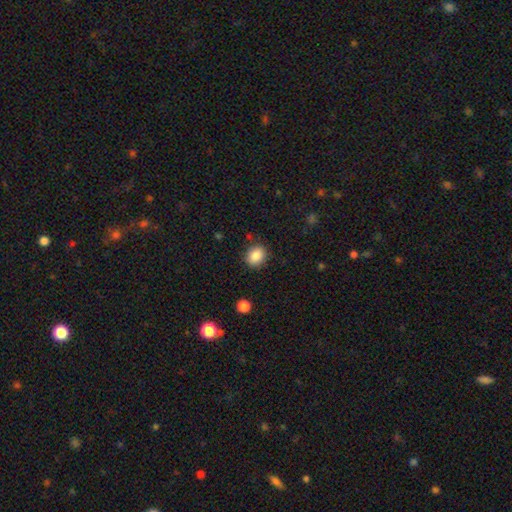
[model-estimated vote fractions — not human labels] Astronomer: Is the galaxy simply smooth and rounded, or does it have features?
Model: smooth — 87%.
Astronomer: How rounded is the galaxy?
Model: round — 58% (runner-up: in between, 41%).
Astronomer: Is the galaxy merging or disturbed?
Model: none — 86%.